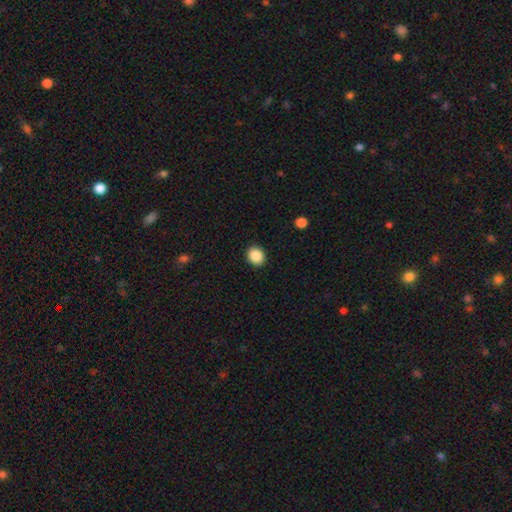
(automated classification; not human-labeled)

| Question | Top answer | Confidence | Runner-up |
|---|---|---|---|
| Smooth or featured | smooth | 88% | star or artifact (8%) |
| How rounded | round | 65% | in between (34%) |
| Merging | none | 91% | minor disturbance (6%) |